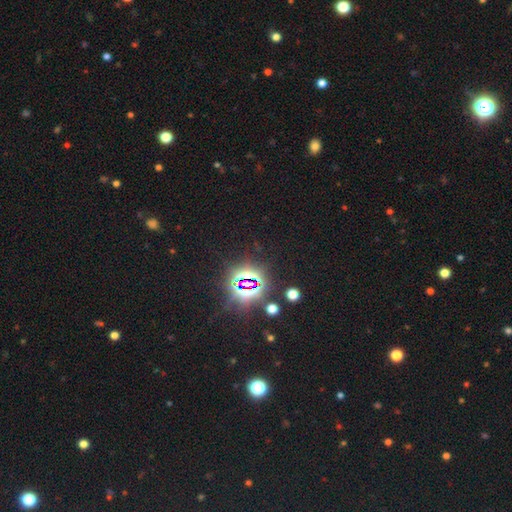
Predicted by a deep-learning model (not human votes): smooth-or-featured: star or artifact: 84% | smooth: 9% | featured or disk: 6%